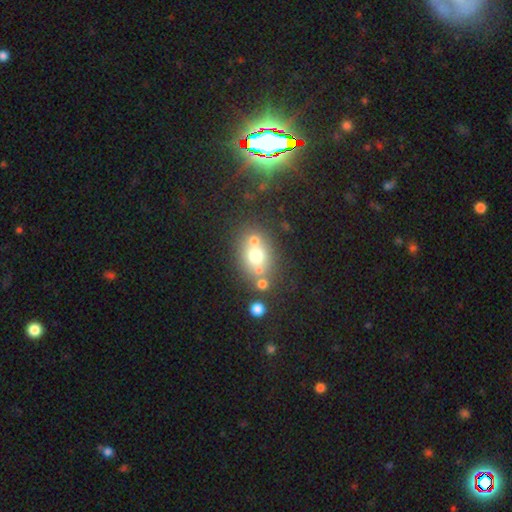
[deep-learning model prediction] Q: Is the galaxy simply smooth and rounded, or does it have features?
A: smooth — 62%.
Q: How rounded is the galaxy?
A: round — 55%.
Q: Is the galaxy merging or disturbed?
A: none — 54%.